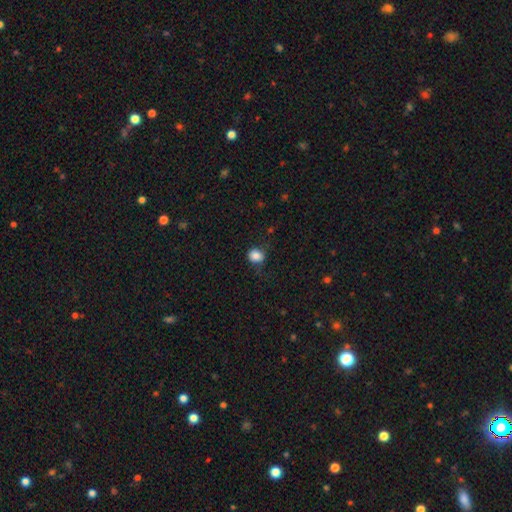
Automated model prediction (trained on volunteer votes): A smooth galaxy with no disk features (84%) that is round (68%).

Vote fractions:
- Smooth or featured? smooth: 84% / star or artifact: 11% / featured or disk: 5%
- How rounded? round: 68% / in between: 31% / cigar-shaped: 1%
- Merging? none: 74% / minor disturbance: 19% / major disturbance: 6% / merger: 1%